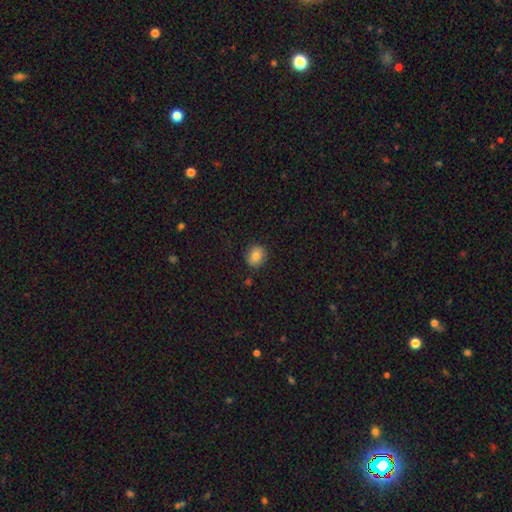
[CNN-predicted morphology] The model was most divided on "how rounded": round: 73%, in between: 26%, cigar-shaped: 1%. More confident: merging — none (84%); smooth or featured — smooth (82%).